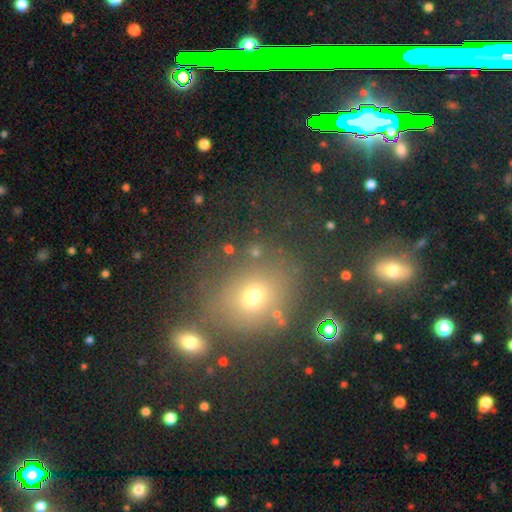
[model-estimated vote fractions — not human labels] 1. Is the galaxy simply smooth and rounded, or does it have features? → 61% smooth, 26% star or artifact, 13% featured or disk.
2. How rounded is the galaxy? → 69% round, 30% in between, 1% cigar-shaped.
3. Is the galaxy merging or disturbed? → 71% none, 13% minor disturbance, 9% merger, 7% major disturbance.